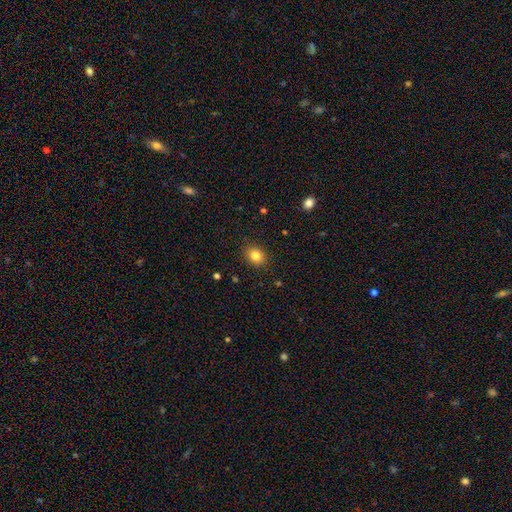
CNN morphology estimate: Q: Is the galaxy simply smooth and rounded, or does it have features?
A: smooth — 83%.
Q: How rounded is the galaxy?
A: round — 54%.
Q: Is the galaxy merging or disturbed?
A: none — 88%.